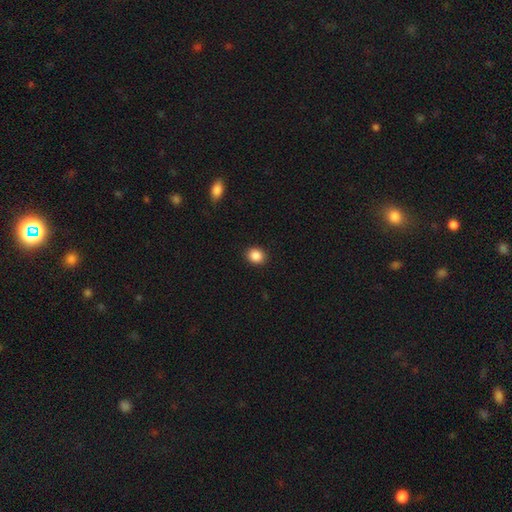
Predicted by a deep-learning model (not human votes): This appears to be a smooth galaxy with no disk features (87%) that is round (71%). Merging: none (92%).